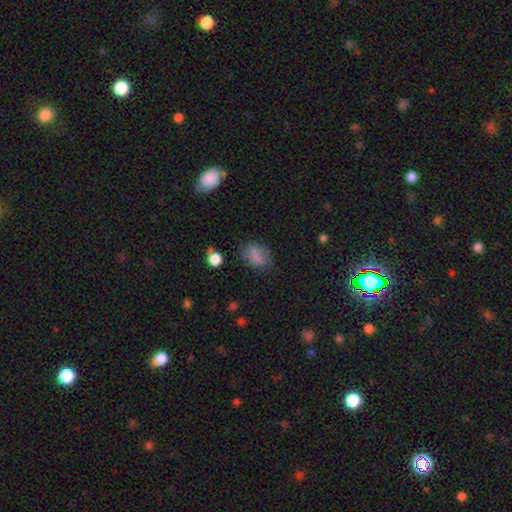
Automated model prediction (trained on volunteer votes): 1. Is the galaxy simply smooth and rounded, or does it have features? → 72% smooth, 14% featured or disk, 14% star or artifact.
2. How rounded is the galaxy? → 62% in between, 35% round, 3% cigar-shaped.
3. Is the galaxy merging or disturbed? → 66% none, 21% minor disturbance, 10% major disturbance, 3% merger.